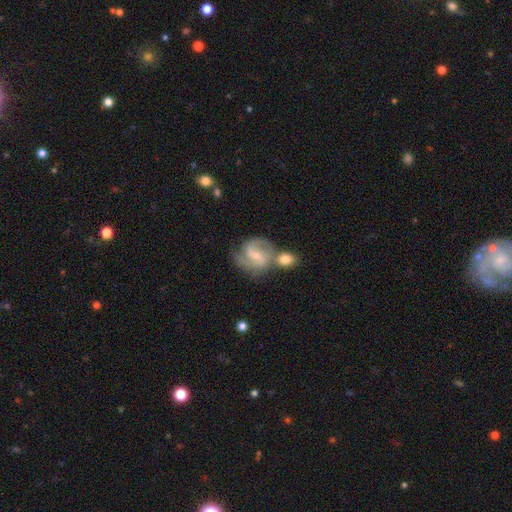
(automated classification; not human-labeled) Smooth or featured: featured or disk — 76% (smooth — 17%)
Edge-on disk: no — 97% (yes — 3%)
Bar: weak — 53% (no — 24%)
Spiral arms: yes — 94% (no — 6%)
Spiral winding: medium — 54% (loose — 24%)
Spiral arm count: 2 — 80% (can't tell — 7%)
Bulge size: small — 64% (moderate — 29%)
Merging: none — 41% (merger — 38%)